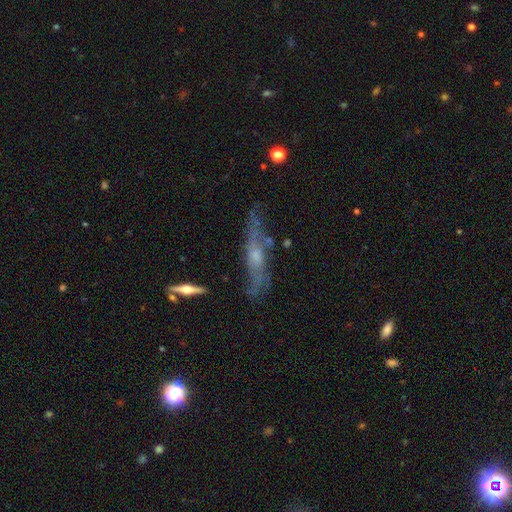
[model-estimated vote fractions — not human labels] A featured or disk galaxy (70%) viewed edge-on (53%). Merging: none (57%).